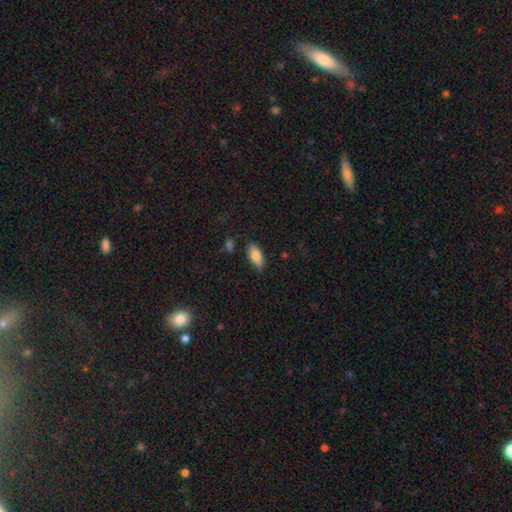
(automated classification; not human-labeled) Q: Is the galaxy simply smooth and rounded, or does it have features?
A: smooth — 83%.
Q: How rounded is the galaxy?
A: in between — 83%.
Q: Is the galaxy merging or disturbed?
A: none — 80%.